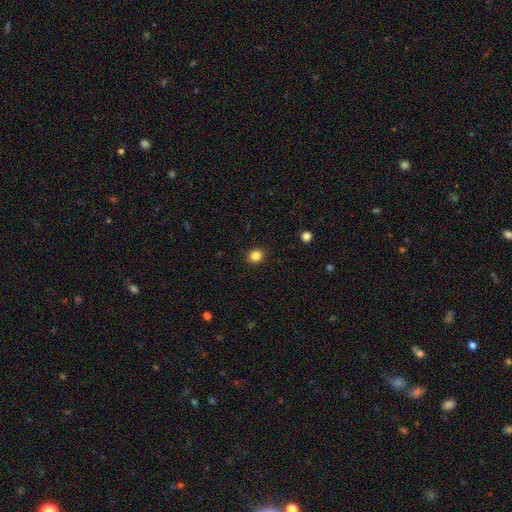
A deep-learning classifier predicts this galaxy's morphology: Q: Smooth or featured?
A: smooth (85%); runner-up: star or artifact (11%)
Q: How rounded?
A: round (77%); runner-up: in between (23%)
Q: Merging?
A: none (89%); runner-up: minor disturbance (8%)